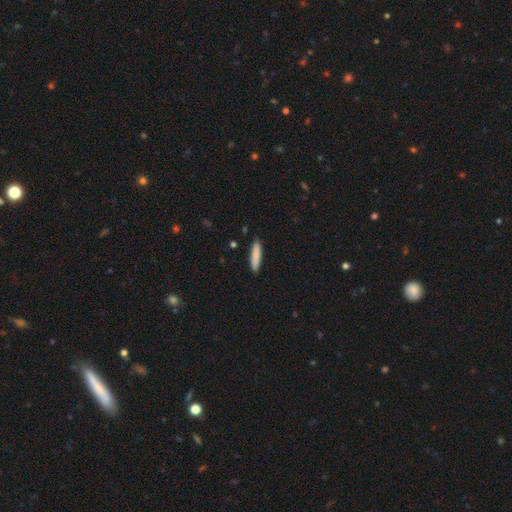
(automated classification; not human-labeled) smooth 85%, featured or disk 10%, star or artifact 6%. Down the decision tree: how rounded — cigar-shaped (81%); merging — none (88%).